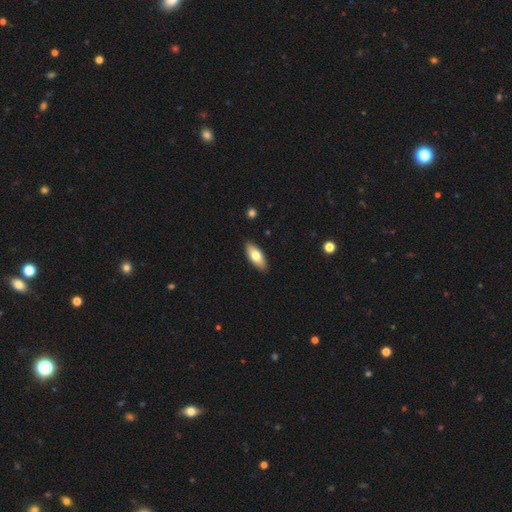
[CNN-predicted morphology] Smooth or featured?
  - smooth: 70% *
  - featured or disk: 24%
  - star or artifact: 6%
How rounded?
  - in between: 81% *
  - cigar-shaped: 16%
  - round: 2%
Merging?
  - none: 89% *
  - minor disturbance: 8%
  - major disturbance: 2%
  - merger: 1%